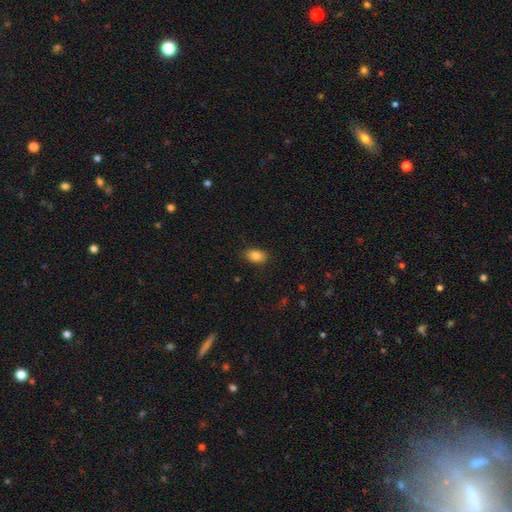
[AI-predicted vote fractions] A smooth galaxy with no disk features (85%) that is in between round and cigar-shaped (87%).

Vote fractions:
- Smooth or featured? smooth: 85% / star or artifact: 9% / featured or disk: 6%
- How rounded? in between: 87% / round: 11% / cigar-shaped: 2%
- Merging? none: 86% / minor disturbance: 10% / major disturbance: 3% / merger: 1%